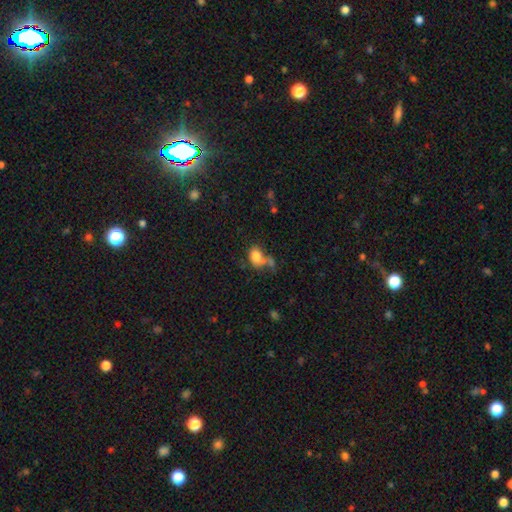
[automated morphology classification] smooth-or-featured: smooth: 78% | featured or disk: 11% | star or artifact: 10%
  how-rounded: in between: 67% | round: 32% | cigar-shaped: 1%
  merging: merger: 33% (tied) | none: 33% (tied) | minor disturbance: 18% | major disturbance: 16%